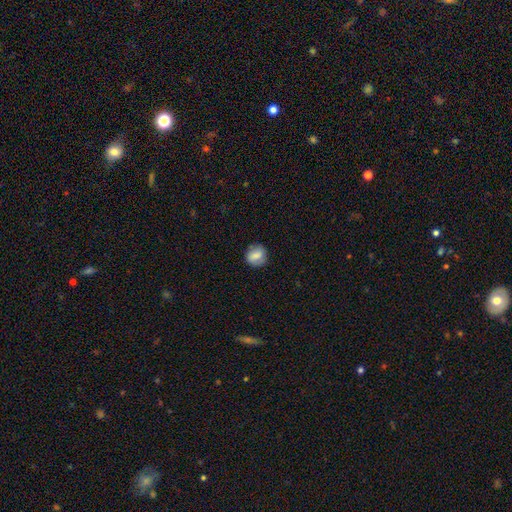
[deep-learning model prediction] Smooth or featured? Predicted: smooth (p=0.72). How rounded? Predicted: round (p=0.83). Merging? Predicted: none (p=0.83).